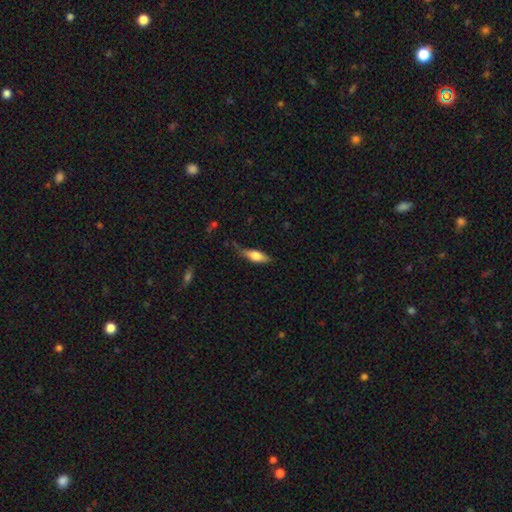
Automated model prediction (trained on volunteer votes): The model was most divided on "how rounded": in between: 59%, cigar-shaped: 38%, round: 3%. More confident: smooth or featured — smooth (66%); merging — none (66%).